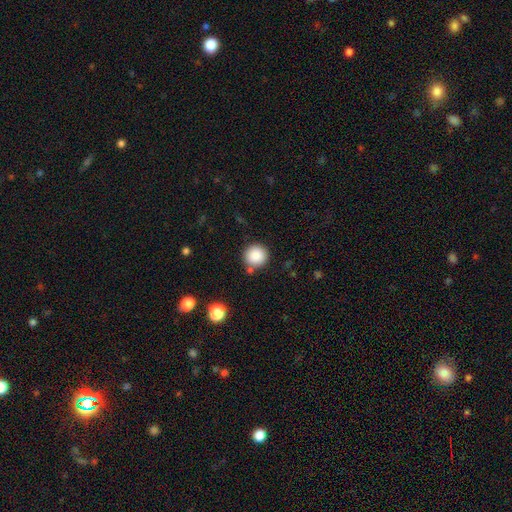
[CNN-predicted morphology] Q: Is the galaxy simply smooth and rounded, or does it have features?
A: smooth — 87%.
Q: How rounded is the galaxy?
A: round — 94%.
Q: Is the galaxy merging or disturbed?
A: none — 83%.